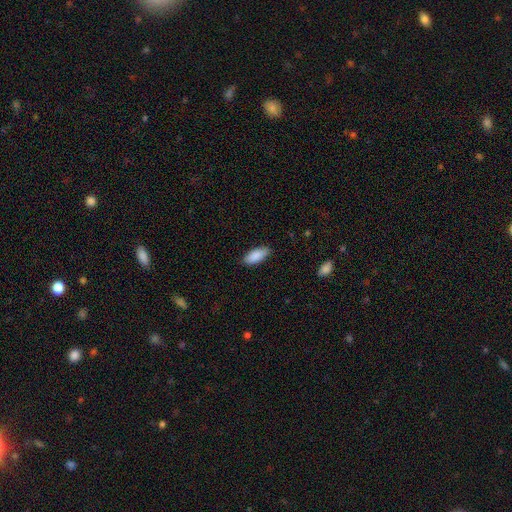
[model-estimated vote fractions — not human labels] Q: Smooth or featured?
A: smooth (89%); runner-up: star or artifact (6%)
Q: How rounded?
A: in between (82%); runner-up: cigar-shaped (16%)
Q: Merging?
A: none (85%); runner-up: minor disturbance (12%)